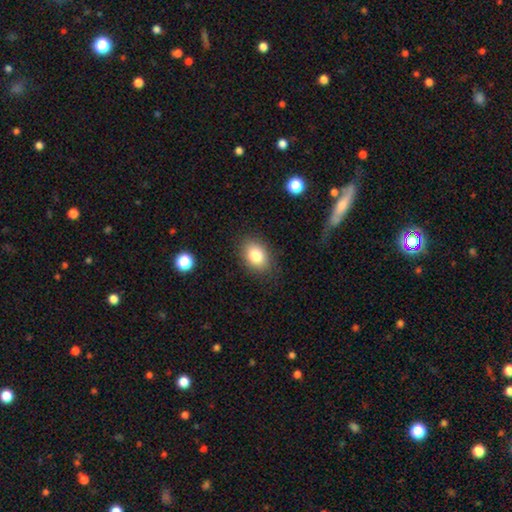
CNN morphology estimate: A smooth galaxy with no disk features (81%) that is in between round and cigar-shaped (74%). Merging: none (85%).